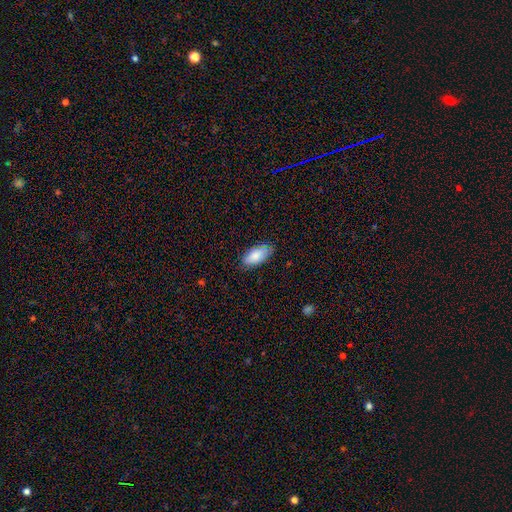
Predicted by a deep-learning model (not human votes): Smooth or featured?
  - smooth: 86% *
  - featured or disk: 8%
  - star or artifact: 6%
How rounded?
  - in between: 91% *
  - cigar-shaped: 7%
  - round: 2%
Merging?
  - none: 80% *
  - minor disturbance: 16%
  - major disturbance: 3%
  - merger: 1%